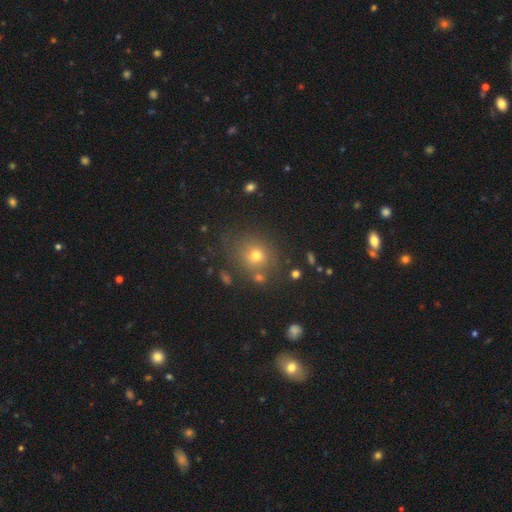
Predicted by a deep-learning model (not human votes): A smooth galaxy with no disk features (68%) that is round (77%).

Vote fractions:
- Smooth or featured? smooth: 68% / star or artifact: 20% / featured or disk: 12%
- How rounded? round: 77% / in between: 22% / cigar-shaped: 1%
- Merging? none: 75% / minor disturbance: 12% / merger: 8% / major disturbance: 5%